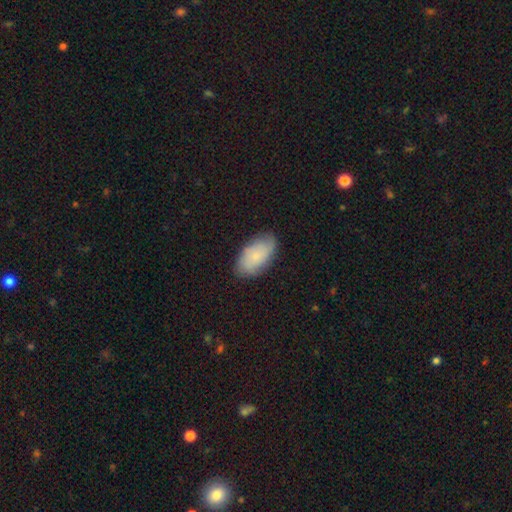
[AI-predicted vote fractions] Smooth or featured? Predicted: smooth (p=0.71). How rounded? Predicted: in between (p=0.94). Merging? Predicted: none (p=0.81).